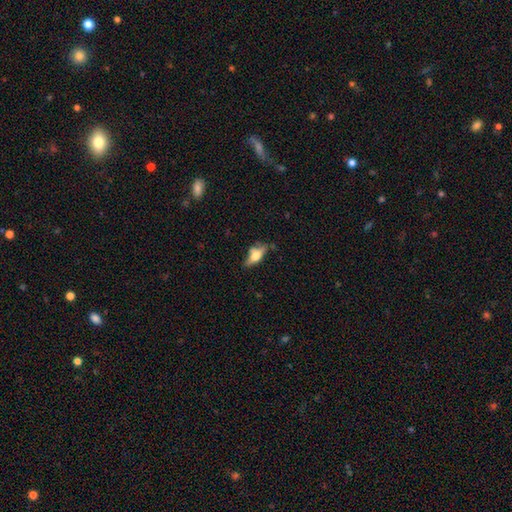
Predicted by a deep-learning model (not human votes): Q: Smooth or featured?
A: smooth (50%); runner-up: featured or disk (42%)
Q: Merging?
A: none (55%); runner-up: minor disturbance (25%)